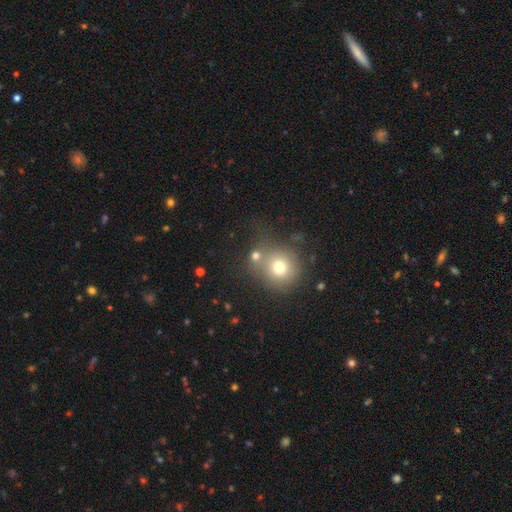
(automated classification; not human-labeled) A smooth galaxy with no disk features (70%) that is round (85%).

Vote fractions:
- Smooth or featured? smooth: 70% / star or artifact: 17% / featured or disk: 12%
- How rounded? round: 85% / in between: 13% / cigar-shaped: 1%
- Merging? none: 51% / merger: 31% / minor disturbance: 11% / major disturbance: 8%